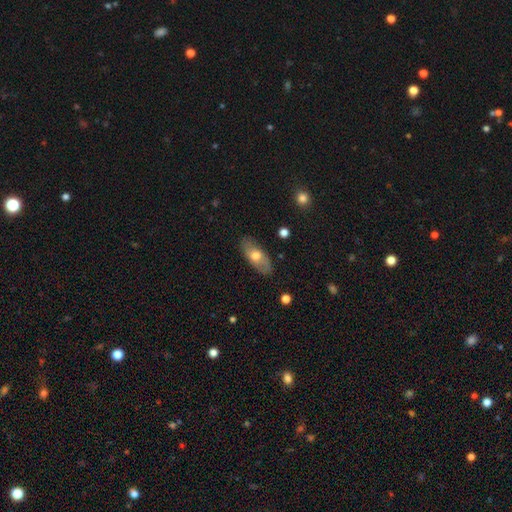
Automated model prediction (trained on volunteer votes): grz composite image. It shows a smooth galaxy with no disk features (63%) that is in between round and cigar-shaped (85%). Merging: none (83%).